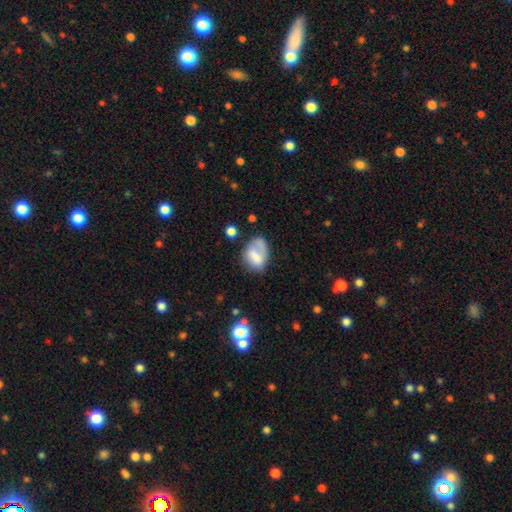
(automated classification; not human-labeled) Q: Smooth or featured?
A: smooth (66%); runner-up: featured or disk (25%)
Q: How rounded?
A: in between (79%); runner-up: round (19%)
Q: Merging?
A: none (40%); runner-up: minor disturbance (29%)